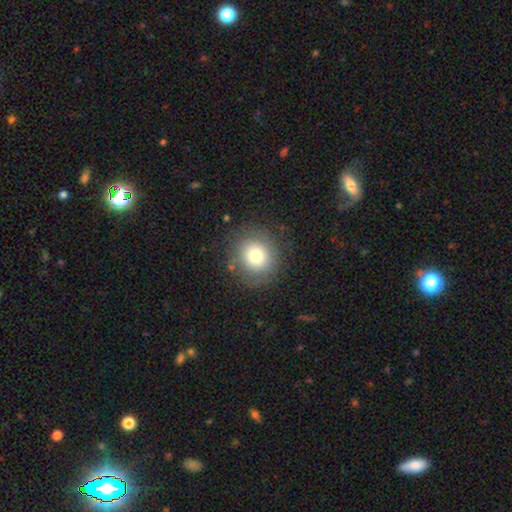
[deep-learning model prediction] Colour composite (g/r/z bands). It shows a smooth galaxy with no disk features (75%) that is round (89%). Merging: none (83%).